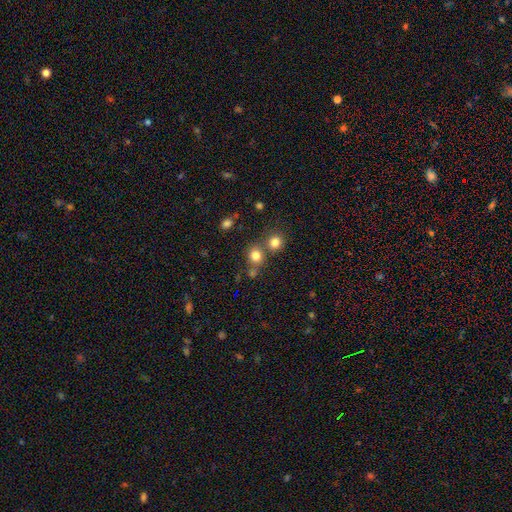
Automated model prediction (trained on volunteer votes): Morphology: type=smooth (79%); roundness=round (84%); merging=none (63%).